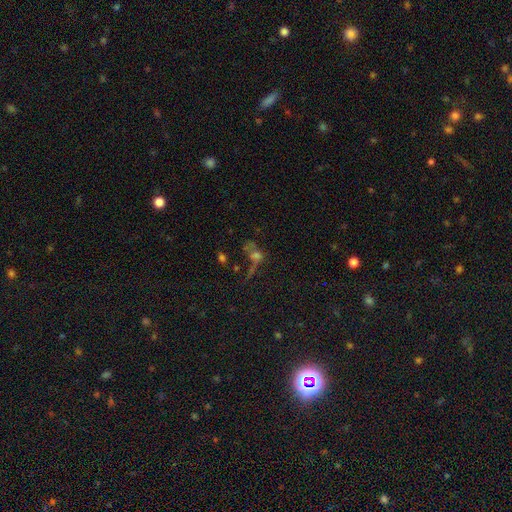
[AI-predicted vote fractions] This appears to be a smooth galaxy with no disk features (40%). Merging: none (32%).